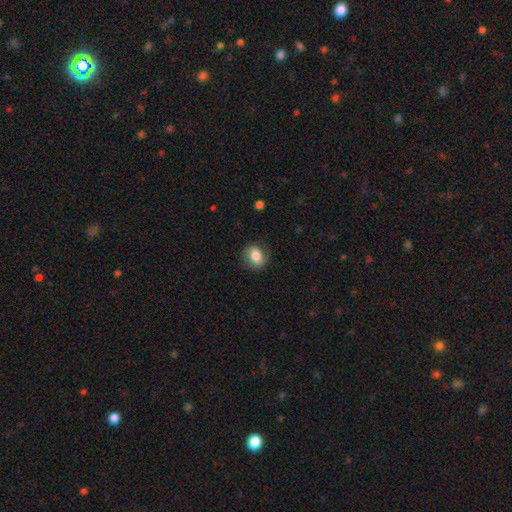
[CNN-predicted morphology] Smooth or featured?
  - smooth: 72% *
  - featured or disk: 20%
  - star or artifact: 8%
How rounded?
  - round: 56% *
  - in between: 43%
  - cigar-shaped: 1%
Merging?
  - none: 80% *
  - minor disturbance: 15%
  - major disturbance: 5%
  - merger: 1%